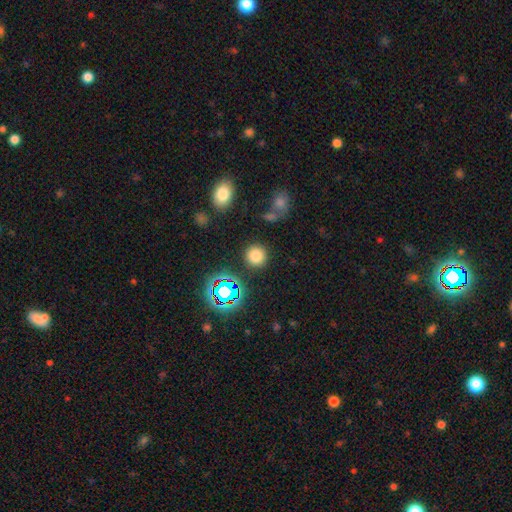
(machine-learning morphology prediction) The model was most divided on "smooth or featured": smooth: 75%, star or artifact: 19%, featured or disk: 7%. More confident: how rounded — round (92%); merging — none (87%).